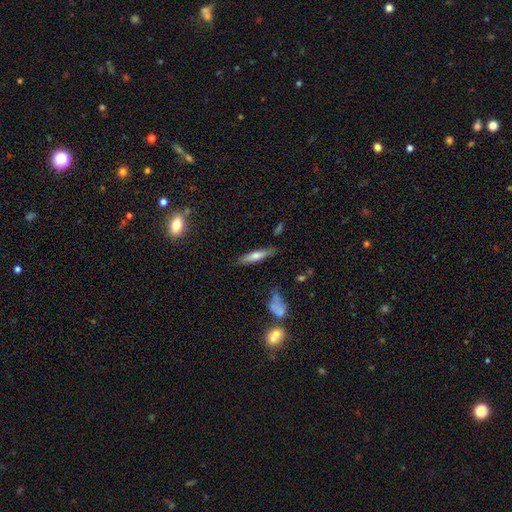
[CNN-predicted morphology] This appears to be a smooth galaxy with no disk features (56%) that is cigar-shaped (81%). Merging: none (80%).